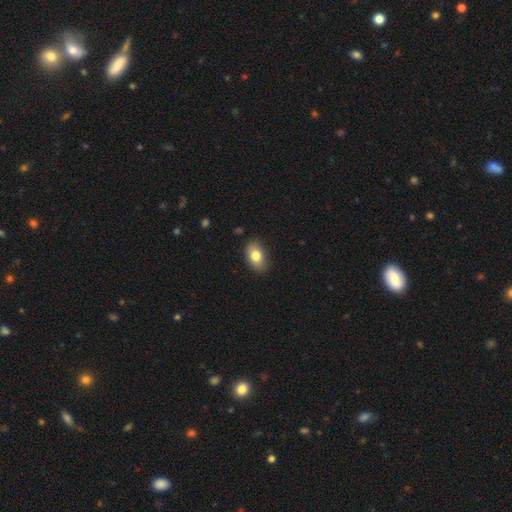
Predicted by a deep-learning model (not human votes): This is likely a smooth galaxy (80%). How rounded: clearly in between (87%). Merging: clearly none (84%).